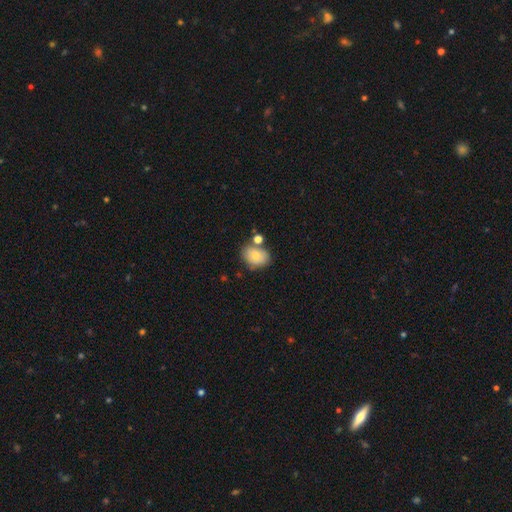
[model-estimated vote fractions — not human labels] The model was most divided on "how rounded": in between: 69%, round: 30%, cigar-shaped: 1%. More confident: smooth or featured — smooth (77%); merging — none (63%).